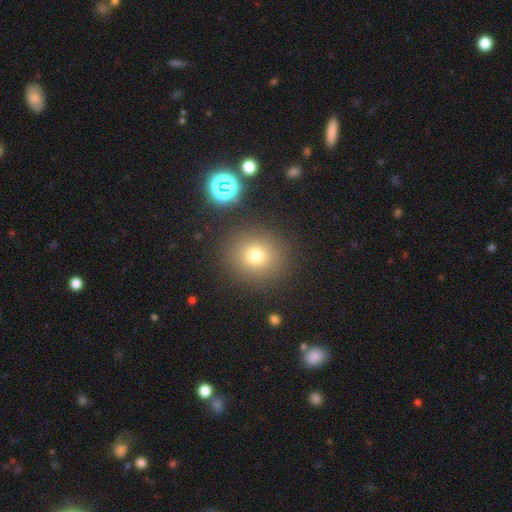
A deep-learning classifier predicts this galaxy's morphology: Smooth or featured? Predicted: smooth (p=0.74). How rounded? Predicted: round (p=0.89). Merging? Predicted: none (p=0.87).